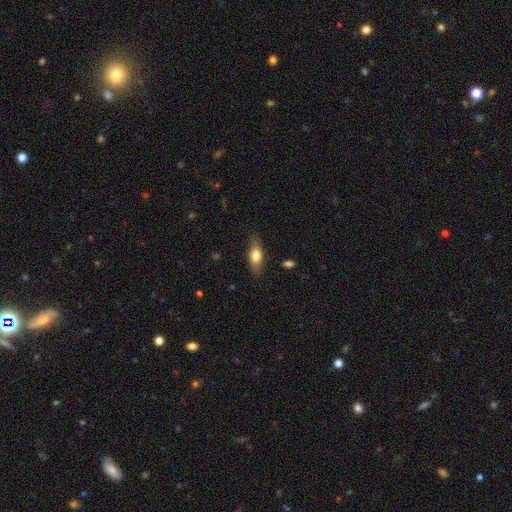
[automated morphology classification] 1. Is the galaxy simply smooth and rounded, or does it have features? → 71% smooth, 23% featured or disk, 7% star or artifact.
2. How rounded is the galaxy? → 71% in between, 26% cigar-shaped, 3% round.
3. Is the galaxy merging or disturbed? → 83% none, 13% minor disturbance, 3% major disturbance, 1% merger.